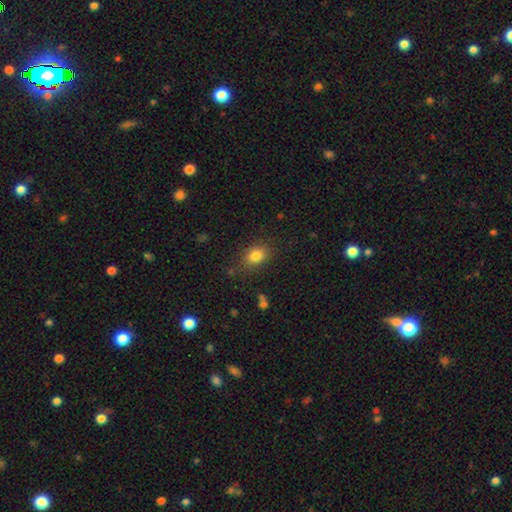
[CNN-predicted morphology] smooth_or_featured: smooth (p=0.82) [alt: star or artifact p=0.11]
how_rounded: in between (p=0.68) [alt: round p=0.31]
merging: none (p=0.79) [alt: minor disturbance p=0.14]